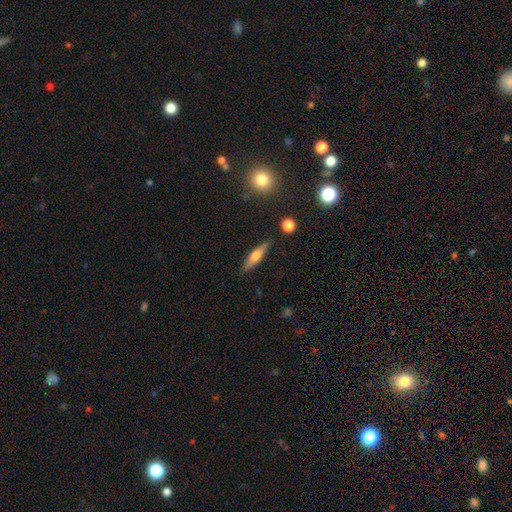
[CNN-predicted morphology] This is possibly a featured or disk galaxy (50%). Merging: clearly none (85%).